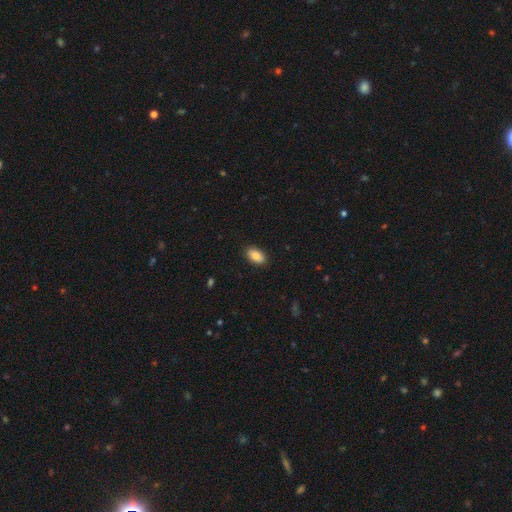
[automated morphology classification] smooth-or-featured: smooth: 87% | star or artifact: 7% | featured or disk: 6%
  how-rounded: in between: 93% | round: 4% | cigar-shaped: 2%
  merging: none: 90% | minor disturbance: 8% | major disturbance: 2% | merger: 1%